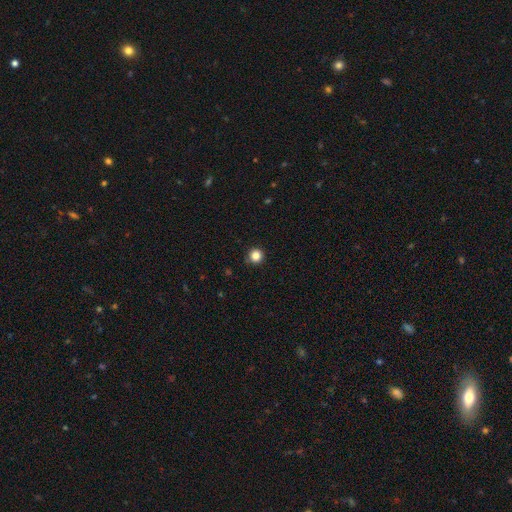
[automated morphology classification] A smooth galaxy with no disk features (84%) that is round (96%). Merging: none (92%).